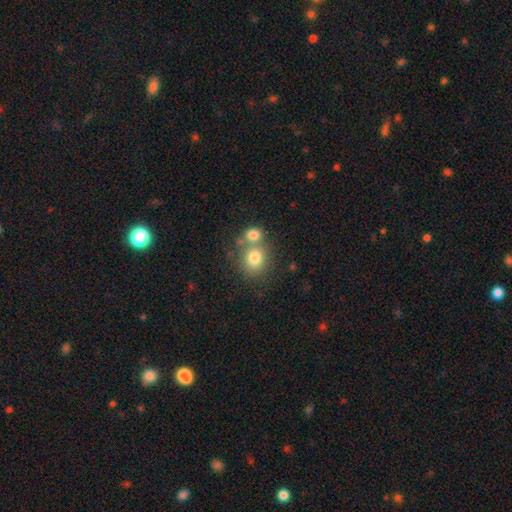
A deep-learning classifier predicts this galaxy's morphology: smooth_or_featured: smooth (p=0.77) [alt: star or artifact p=0.13]
how_rounded: round (p=0.78) [alt: in between p=0.21]
merging: none (p=0.49) [alt: merger p=0.40]